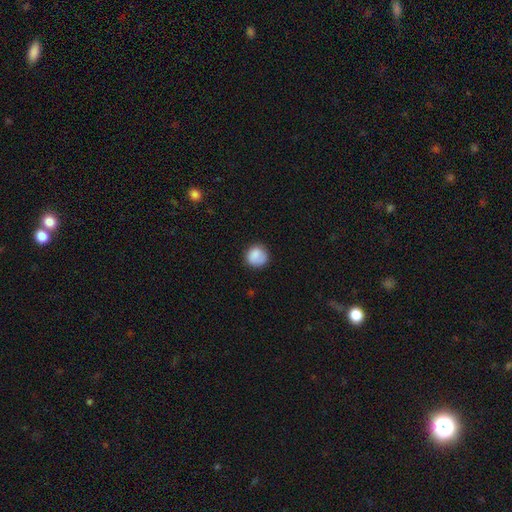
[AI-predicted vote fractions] This is clearly a smooth galaxy (85%). How rounded: clearly round (90%). Merging: likely none (79%).